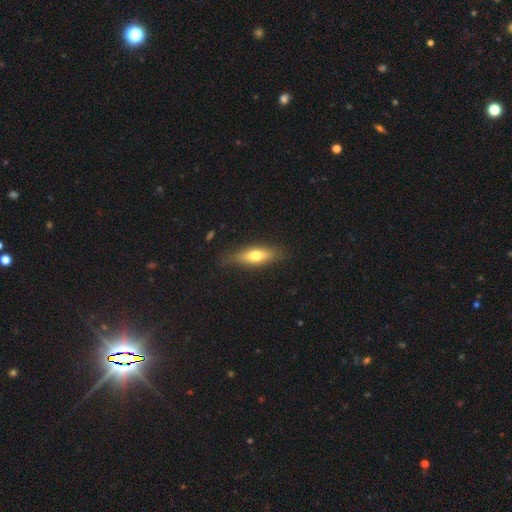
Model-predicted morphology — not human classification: Smooth or featured? smooth (62%)
How rounded? in between (49%)
Merging? none (82%)